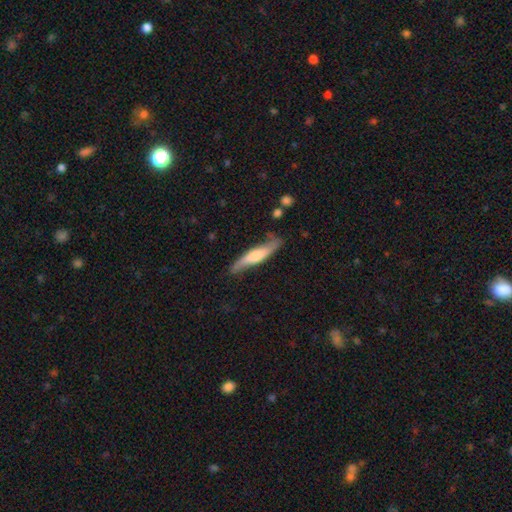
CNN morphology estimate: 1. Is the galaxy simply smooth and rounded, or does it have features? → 52% featured or disk, 43% smooth, 5% star or artifact.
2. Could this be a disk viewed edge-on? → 64% yes, 36% no.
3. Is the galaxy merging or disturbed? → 67% none, 23% minor disturbance, 6% major disturbance, 3% merger.